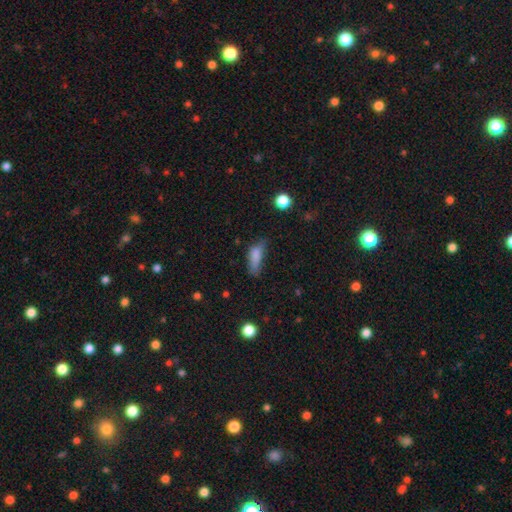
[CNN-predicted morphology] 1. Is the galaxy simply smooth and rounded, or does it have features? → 78% smooth, 12% featured or disk, 10% star or artifact.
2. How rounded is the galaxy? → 63% in between, 34% cigar-shaped, 3% round.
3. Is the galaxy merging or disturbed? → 42% none, 36% minor disturbance, 19% major disturbance, 3% merger.